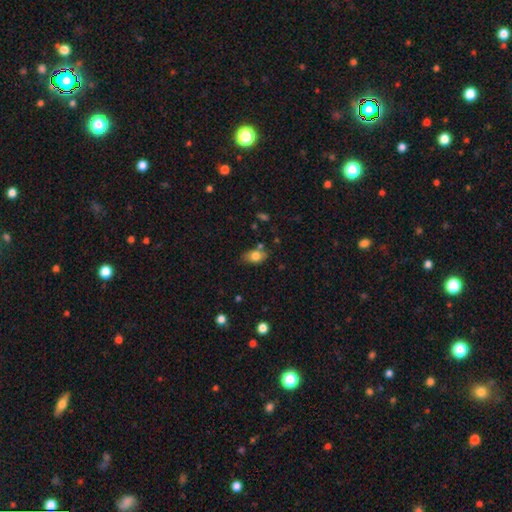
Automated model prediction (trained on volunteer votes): A smooth galaxy with no disk features (78%) that is in between round and cigar-shaped (81%).

Vote fractions:
- Smooth or featured? smooth: 78% / featured or disk: 13% / star or artifact: 9%
- How rounded? in between: 81% / round: 16% / cigar-shaped: 3%
- Merging? none: 64% / minor disturbance: 23% / merger: 9% / major disturbance: 5%